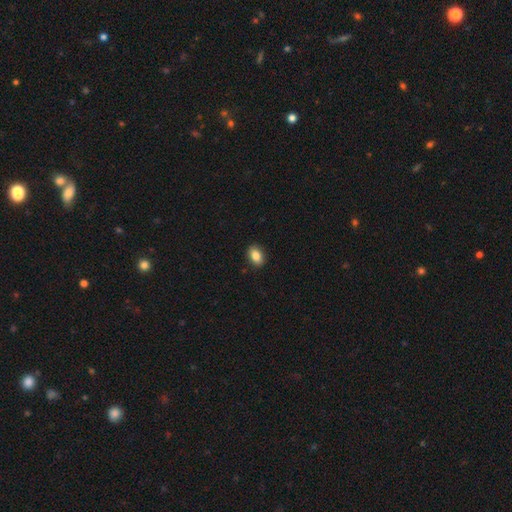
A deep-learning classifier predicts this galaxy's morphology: smooth 86%, star or artifact 8%, featured or disk 6%. Down the decision tree: how rounded — in between (84%); merging — none (90%).